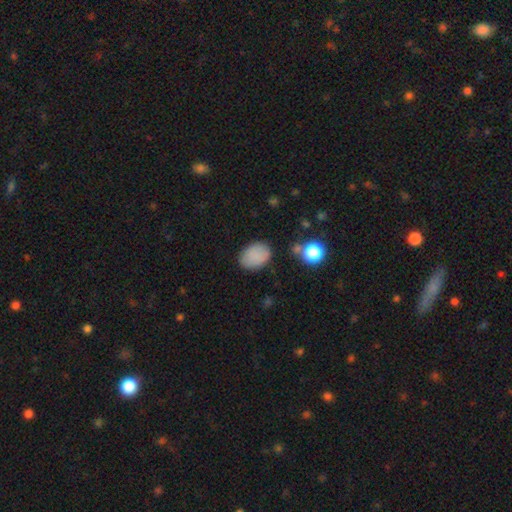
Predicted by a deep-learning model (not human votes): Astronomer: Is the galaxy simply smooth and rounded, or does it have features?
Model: smooth — 85%.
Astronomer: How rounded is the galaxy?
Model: in between — 80%.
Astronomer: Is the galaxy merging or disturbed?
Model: none — 80%.